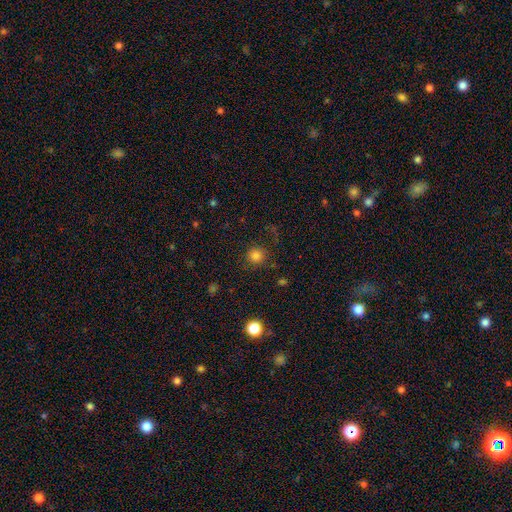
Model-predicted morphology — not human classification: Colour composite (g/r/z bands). It shows a smooth galaxy with no disk features (80%) that is round (93%). Merging: none (85%).